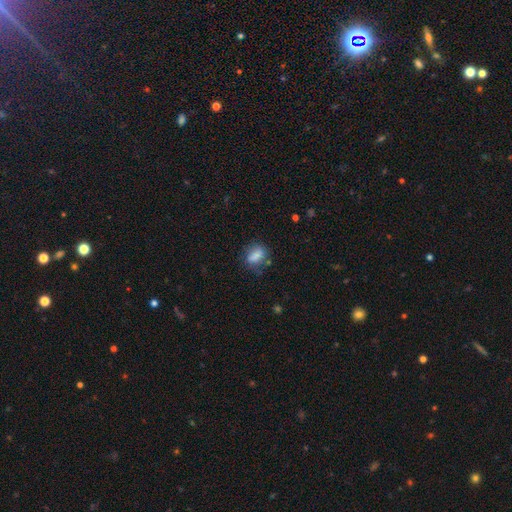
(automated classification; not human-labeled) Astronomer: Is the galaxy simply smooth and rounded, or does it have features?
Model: smooth — 81%.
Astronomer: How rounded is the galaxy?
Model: in between — 72%.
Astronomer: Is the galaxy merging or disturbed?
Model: none — 66%.